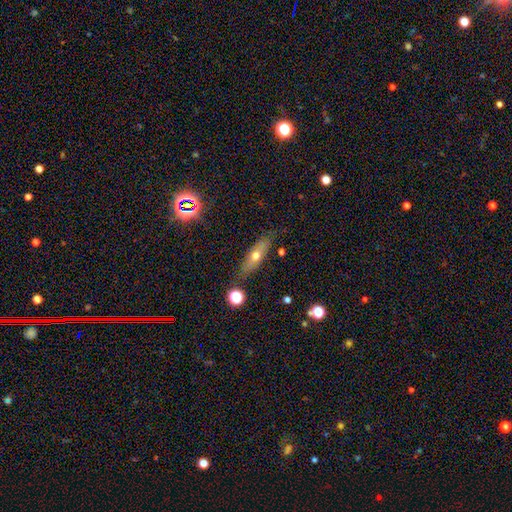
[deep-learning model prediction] Smooth or featured?
  - smooth: 54% *
  - featured or disk: 37%
  - star or artifact: 9%
How rounded?
  - cigar-shaped: 49% *
  - in between: 46%
  - round: 5%
Merging?
  - none: 80% *
  - minor disturbance: 14%
  - major disturbance: 3%
  - merger: 3%